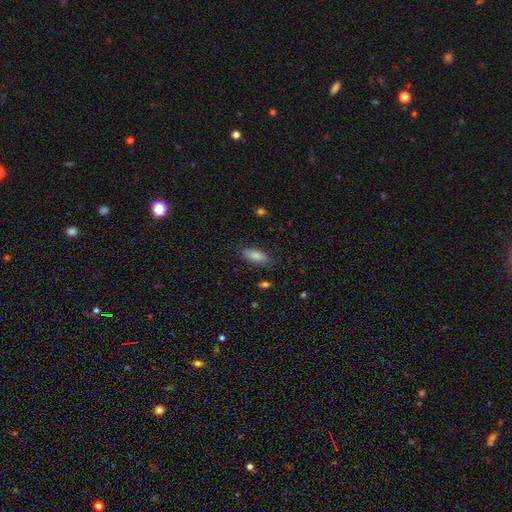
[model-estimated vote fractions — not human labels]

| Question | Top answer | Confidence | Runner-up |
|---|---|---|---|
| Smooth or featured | smooth | 84% | featured or disk (9%) |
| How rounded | in between | 76% | cigar-shaped (22%) |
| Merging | none | 82% | minor disturbance (13%) |